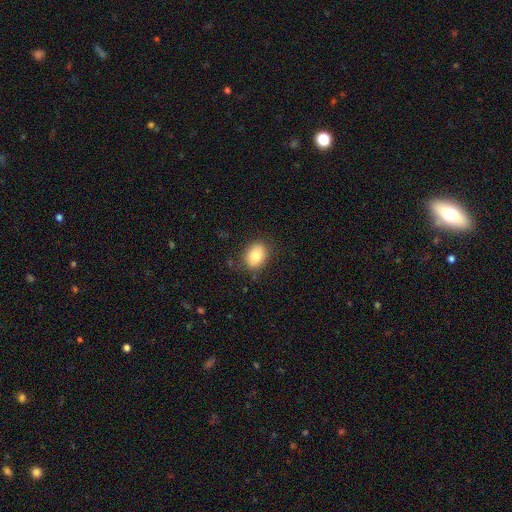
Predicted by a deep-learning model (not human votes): A smooth galaxy with no disk features (81%) that is in between round and cigar-shaped (65%). Merging: none (83%).